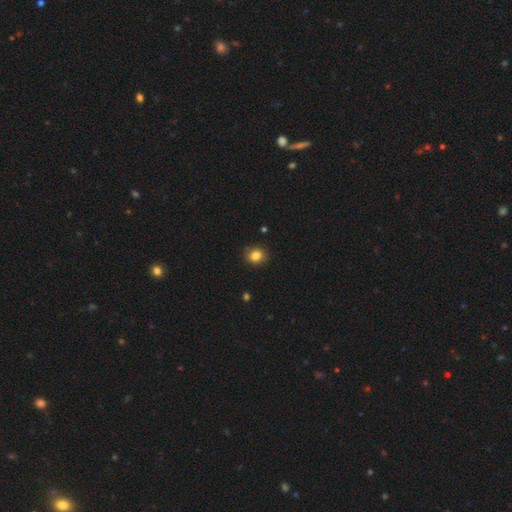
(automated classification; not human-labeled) smooth-or-featured: smooth: 84% | star or artifact: 11% | featured or disk: 5%
  how-rounded: round: 74% | in between: 25% | cigar-shaped: 1%
  merging: none: 87% | minor disturbance: 9% | major disturbance: 2% | merger: 1%